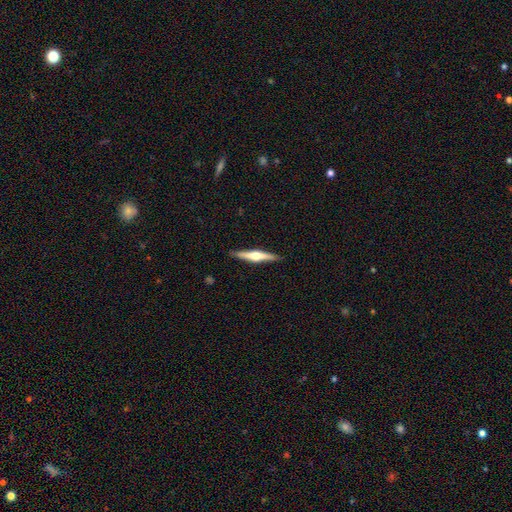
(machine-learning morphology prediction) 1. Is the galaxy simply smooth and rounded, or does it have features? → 70% featured or disk, 25% smooth, 5% star or artifact.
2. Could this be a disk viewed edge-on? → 98% yes, 2% no.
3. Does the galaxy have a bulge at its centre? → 91% rounded, 6% boxy, 3% none.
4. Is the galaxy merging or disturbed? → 90% none, 7% minor disturbance, 1% major disturbance, 1% merger.